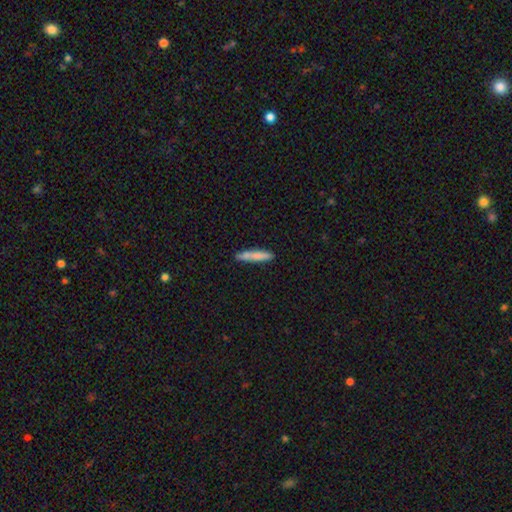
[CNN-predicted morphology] Smooth or featured: smooth — 78% (featured or disk — 16%)
How rounded: cigar-shaped — 91% (in between — 8%)
Merging: none — 81% (minor disturbance — 13%)